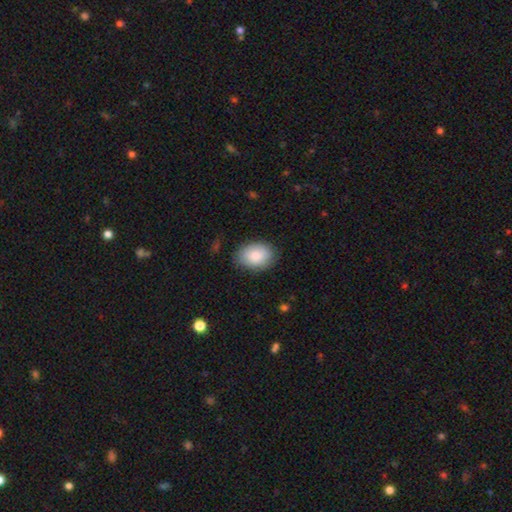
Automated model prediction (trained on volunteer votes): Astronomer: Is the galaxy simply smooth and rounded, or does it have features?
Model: smooth — 85%.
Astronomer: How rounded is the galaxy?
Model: in between — 79%.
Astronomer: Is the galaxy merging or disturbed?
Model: none — 80%.